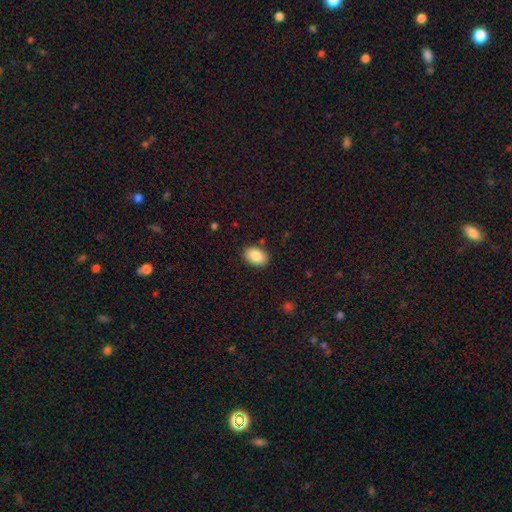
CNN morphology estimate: Smooth or featured: smooth — 87% (star or artifact — 7%)
How rounded: in between — 84% (round — 15%)
Merging: none — 87% (minor disturbance — 9%)